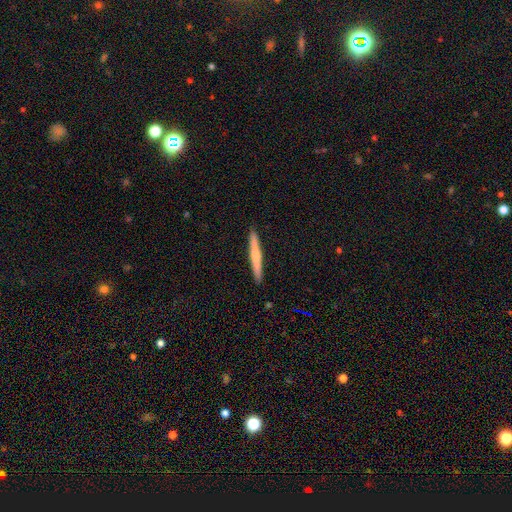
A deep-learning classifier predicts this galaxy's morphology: Q: Smooth or featured?
A: smooth (51%); runner-up: featured or disk (44%)
Q: How rounded?
A: cigar-shaped (96%); runner-up: in between (3%)
Q: Merging?
A: none (92%); runner-up: minor disturbance (6%)